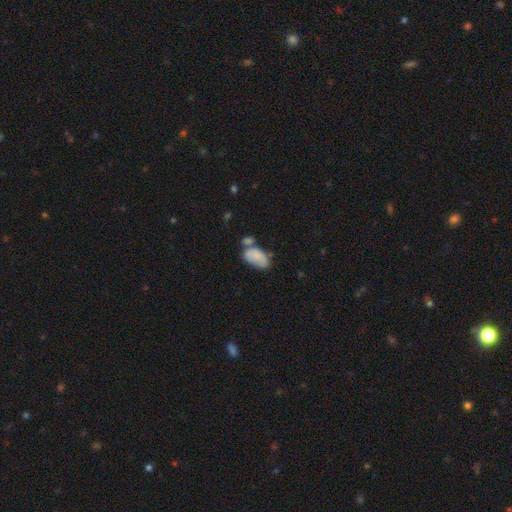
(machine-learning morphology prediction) type=smooth (79%); roundness=in between (93%); merging=none (34%).